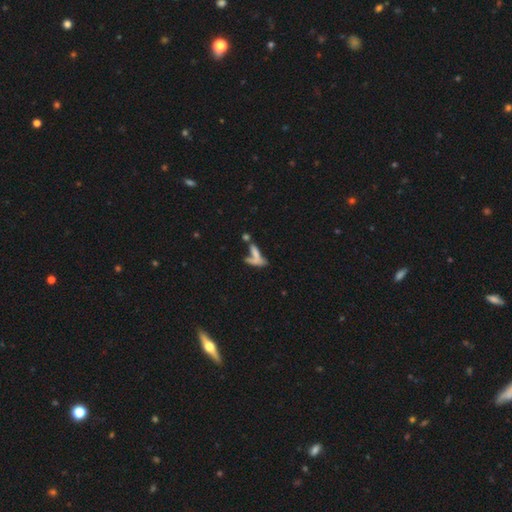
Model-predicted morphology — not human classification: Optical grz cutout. It shows a smooth galaxy with no disk features (57%) that is cigar-shaped (58%). Merging: merger (50%).